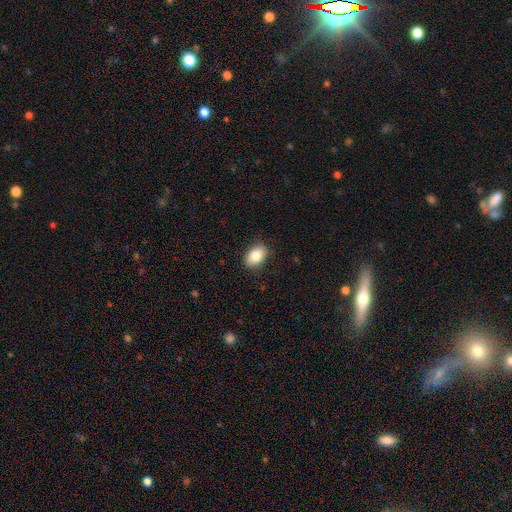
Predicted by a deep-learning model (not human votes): This is clearly a smooth galaxy (86%). How rounded: clearly in between (85%). Merging: clearly none (87%).